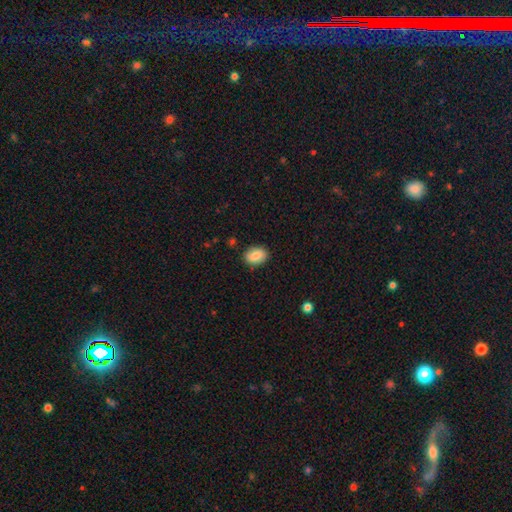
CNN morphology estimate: Smooth or featured? Predicted: smooth (p=0.85). How rounded? Predicted: in between (p=0.77). Merging? Predicted: none (p=0.86).